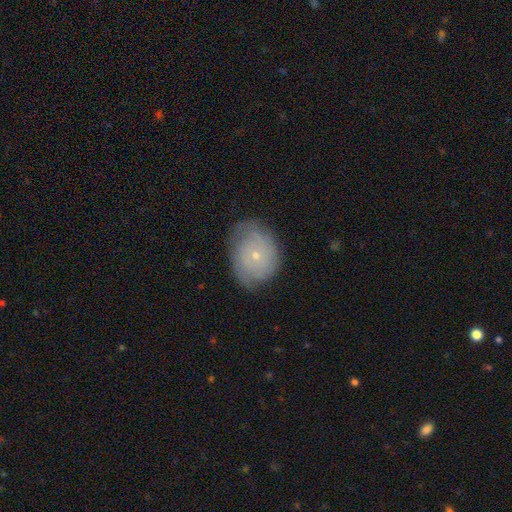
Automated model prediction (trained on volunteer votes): Smooth or featured? Predicted: featured or disk (p=0.62). Edge-on disk? Predicted: no (p=0.96). Bar? Predicted: no (p=0.84). Spiral arms? Predicted: yes (p=0.83). Spiral winding? Predicted: tight (p=0.67). Spiral arm count? Predicted: can't tell (p=0.43). Bulge size? Predicted: small (p=0.80). Merging? Predicted: none (p=0.72).